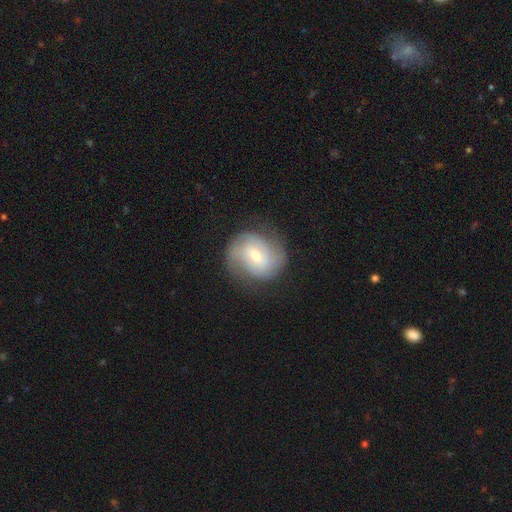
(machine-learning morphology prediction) A featured or disk galaxy (67%) with a weak bar (44%), 2 (62%) medium (41%) spiral arms (89%) and a small central bulge (58%). Merging: none (72%).